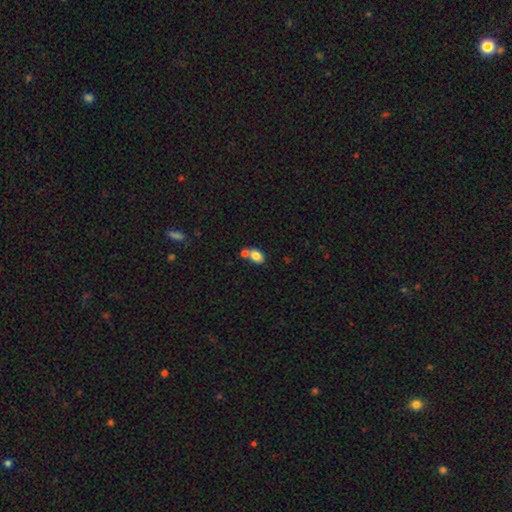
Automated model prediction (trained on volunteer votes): Smooth or featured? Predicted: smooth (p=0.82). How rounded? Predicted: in between (p=0.79). Merging? Predicted: none (p=0.47).